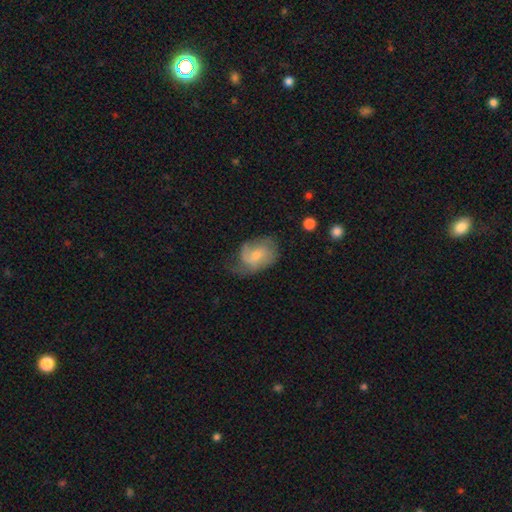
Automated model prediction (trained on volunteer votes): smooth_or_featured: featured or disk (p=0.55) [alt: smooth p=0.38]
disk_edge_on: no (p=0.97) [alt: yes p=0.03]
bar: no (p=0.53) [alt: weak p=0.41]
has_spiral_arms: yes (p=0.83) [alt: no p=0.17]
bulge_size: small (p=0.47) [alt: moderate p=0.40]
merging: none (p=0.40) [alt: minor disturbance p=0.32]